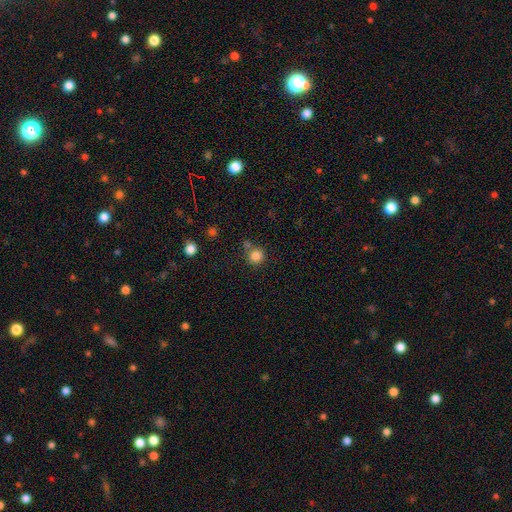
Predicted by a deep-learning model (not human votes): The model was most divided on "merging": none: 71%, merger: 15%, minor disturbance: 10%, major disturbance: 4%. More confident: how rounded — round (92%); smooth or featured — smooth (83%).